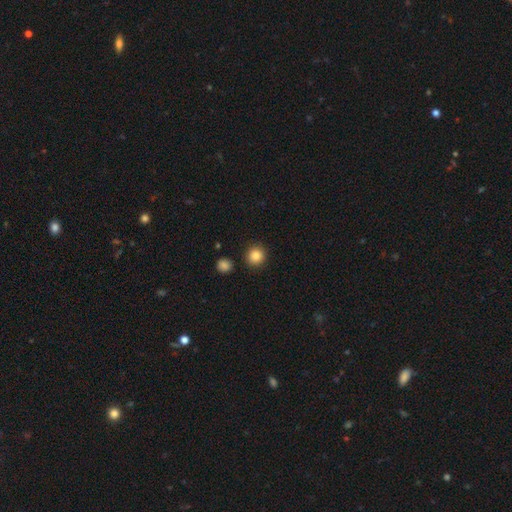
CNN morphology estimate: A smooth galaxy with no disk features (87%) that is round (92%). Merging: none (90%).